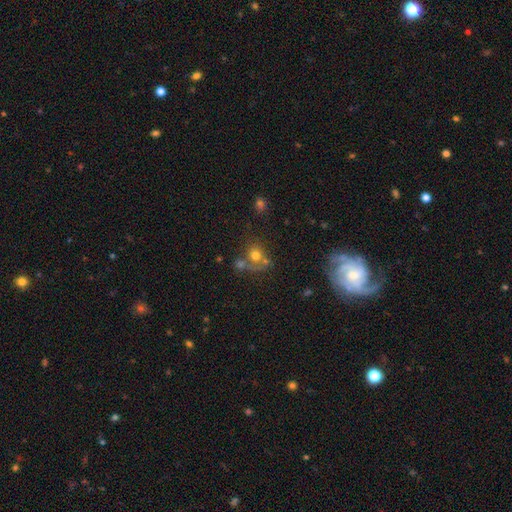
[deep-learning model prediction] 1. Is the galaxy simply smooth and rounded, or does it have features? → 67% smooth, 18% featured or disk, 15% star or artifact.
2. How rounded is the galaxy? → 78% round, 21% in between, 1% cigar-shaped.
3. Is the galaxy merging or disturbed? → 41% none, 37% merger, 12% minor disturbance, 10% major disturbance.